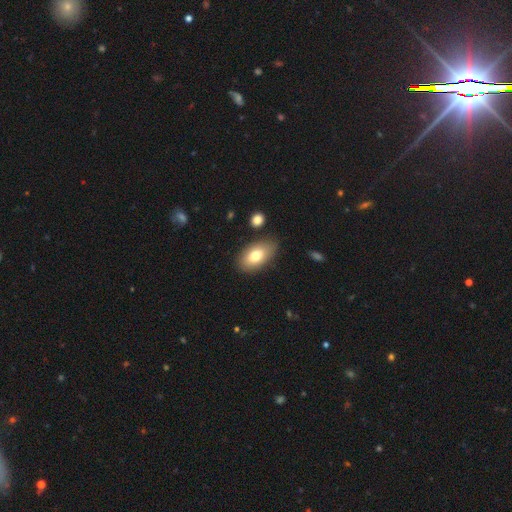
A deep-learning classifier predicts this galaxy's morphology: Smooth or featured: smooth — 75% (featured or disk — 17%)
How rounded: in between — 92% (round — 6%)
Merging: none — 81% (minor disturbance — 13%)